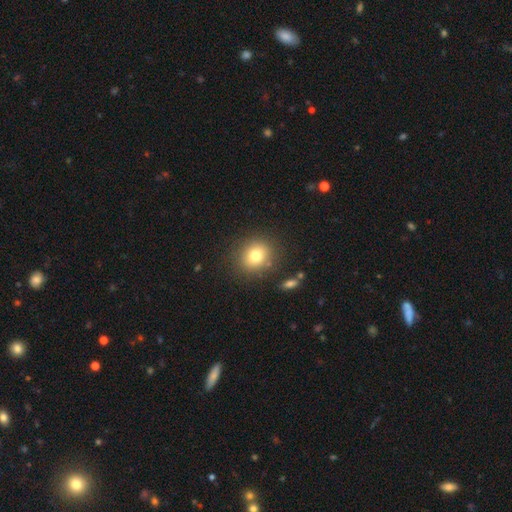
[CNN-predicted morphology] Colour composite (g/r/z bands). It shows a smooth galaxy with no disk features (78%) that is round (78%). Merging: none (84%).